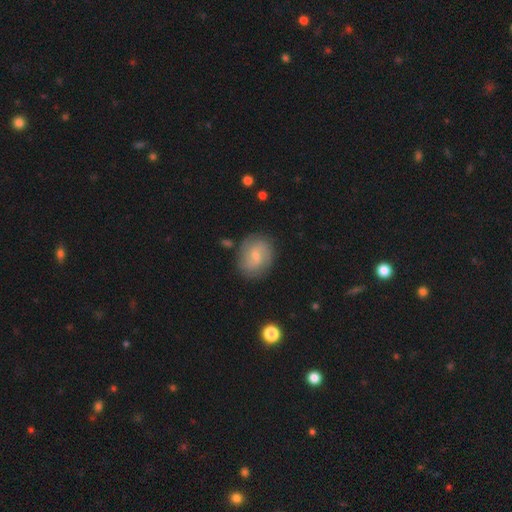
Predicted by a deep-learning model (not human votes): This appears to be a featured or disk galaxy (63%) with a weak bar (52%), 2 (56%) tight (42%) spiral arms (89%) and a small central bulge (64%). Merging: none (79%).